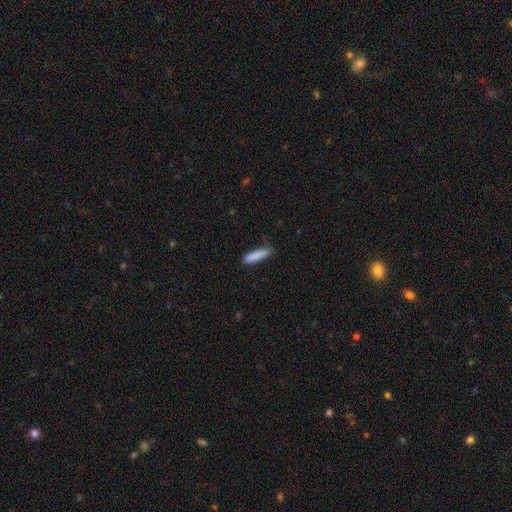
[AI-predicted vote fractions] smooth_or_featured: smooth (p=0.87) [alt: featured or disk p=0.07]
how_rounded: cigar-shaped (p=0.76) [alt: in between p=0.23]
merging: none (p=0.77) [alt: minor disturbance p=0.18]